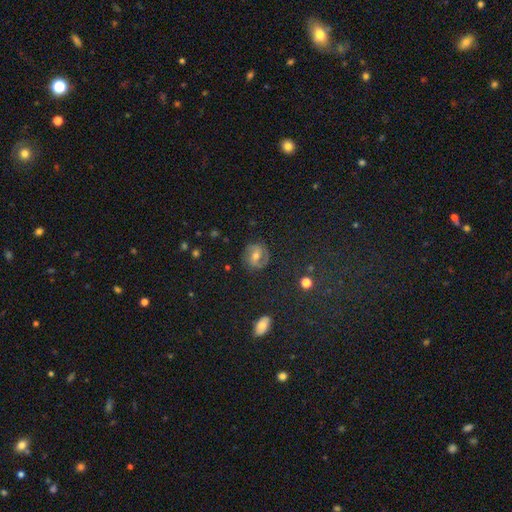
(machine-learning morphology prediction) smooth_or_featured: featured or disk (p=0.56) [alt: smooth p=0.31]
disk_edge_on: no (p=0.96) [alt: yes p=0.04]
bar: weak (p=0.43) [alt: no p=0.31]
has_spiral_arms: yes (p=0.77) [alt: no p=0.23]
bulge_size: moderate (p=0.65) [alt: small p=0.29]
merging: none (p=0.81) [alt: minor disturbance p=0.12]